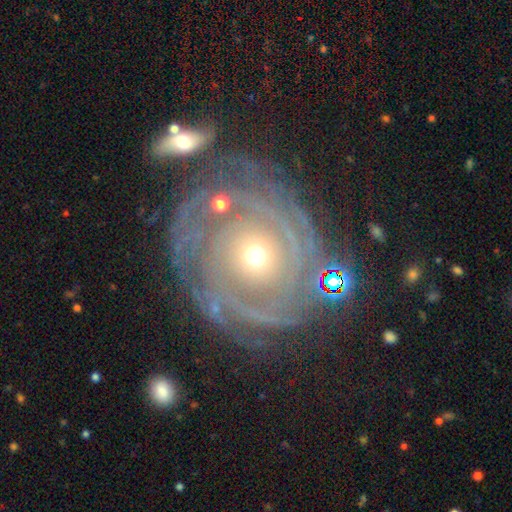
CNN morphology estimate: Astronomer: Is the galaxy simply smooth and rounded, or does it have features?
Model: featured or disk — 86%.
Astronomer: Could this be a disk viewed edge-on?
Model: no — 97%.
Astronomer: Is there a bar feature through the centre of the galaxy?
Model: no — 84%.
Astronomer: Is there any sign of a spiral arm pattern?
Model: yes — 94%.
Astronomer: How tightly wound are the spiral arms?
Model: tight — 82%.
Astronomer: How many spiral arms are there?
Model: can't tell — 29% (runner-up: 3, 19%).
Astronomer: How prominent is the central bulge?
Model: small — 48%, tied with moderate at 48%.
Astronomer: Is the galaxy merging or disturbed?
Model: none — 69%.